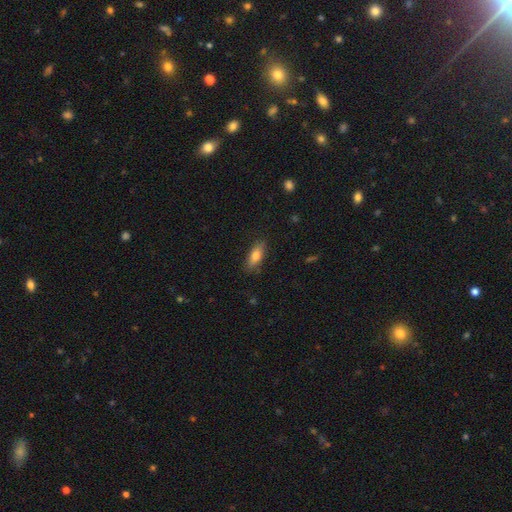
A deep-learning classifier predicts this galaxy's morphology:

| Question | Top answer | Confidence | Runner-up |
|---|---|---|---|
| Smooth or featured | smooth | 77% | featured or disk (16%) |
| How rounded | in between | 72% | cigar-shaped (24%) |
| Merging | none | 83% | minor disturbance (13%) |